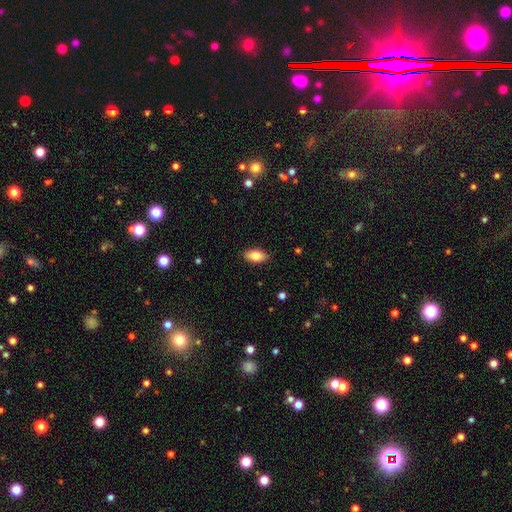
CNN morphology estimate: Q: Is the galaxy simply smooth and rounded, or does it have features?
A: smooth — 83%.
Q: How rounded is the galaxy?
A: in between — 91%.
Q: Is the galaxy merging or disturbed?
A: none — 88%.